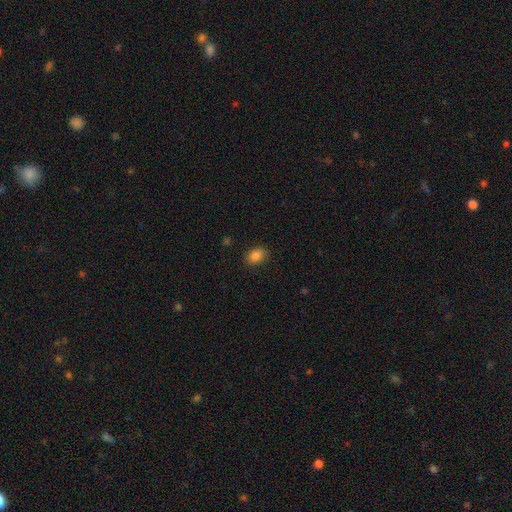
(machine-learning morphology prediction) Smooth or featured: smooth — 86% (star or artifact — 10%)
How rounded: in between — 82% (round — 16%)
Merging: none — 87% (minor disturbance — 9%)